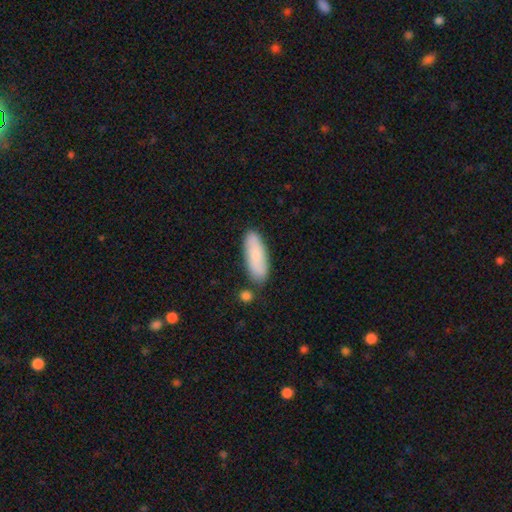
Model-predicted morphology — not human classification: This appears to be a smooth galaxy with no disk features (76%) that is in between round and cigar-shaped (56%). Merging: none (81%).